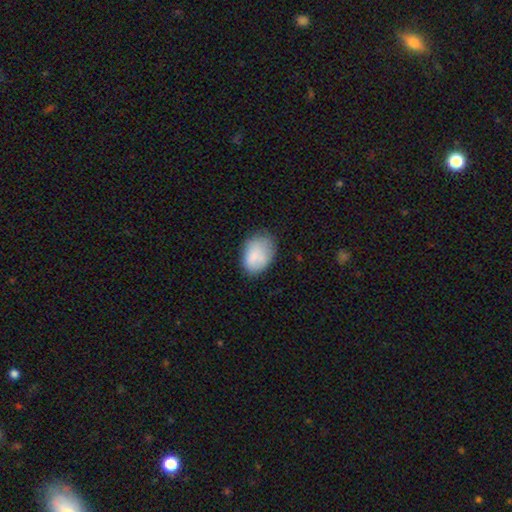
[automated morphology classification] A smooth galaxy with no disk features (81%) that is in between round and cigar-shaped (82%). Merging: none (61%).